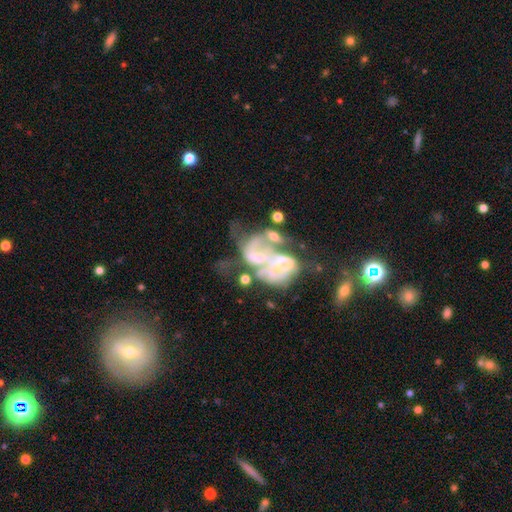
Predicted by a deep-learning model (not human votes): Morphology: type=featured or disk (71%); edge-on=no (98%); bar=no (81%); spiral arms=no (60%); bulge=none (34%, tied with moderate); merging=merger (54%).